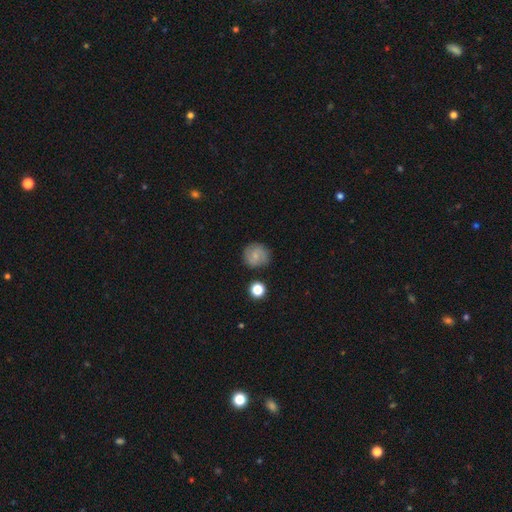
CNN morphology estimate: The model was most divided on "smooth or featured": smooth: 55%, featured or disk: 35%, star or artifact: 9%. More confident: how rounded — round (90%); merging — none (81%).